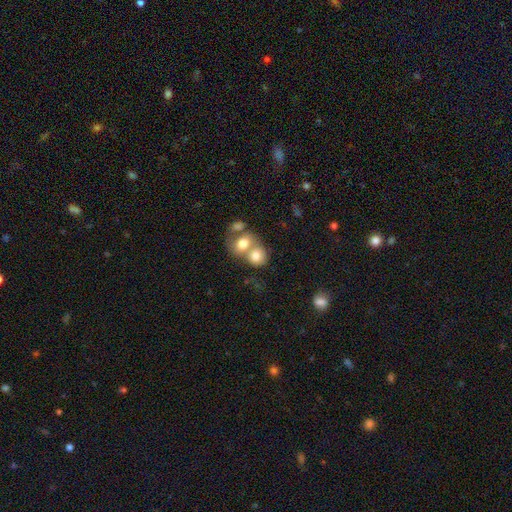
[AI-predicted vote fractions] A smooth galaxy with no disk features (75%) that is round (58%).

Vote fractions:
- Smooth or featured? smooth: 75% / featured or disk: 17% / star or artifact: 9%
- How rounded? round: 58% / in between: 41% / cigar-shaped: 1%
- Merging? merger: 65% / none: 24% / minor disturbance: 7% / major disturbance: 4%